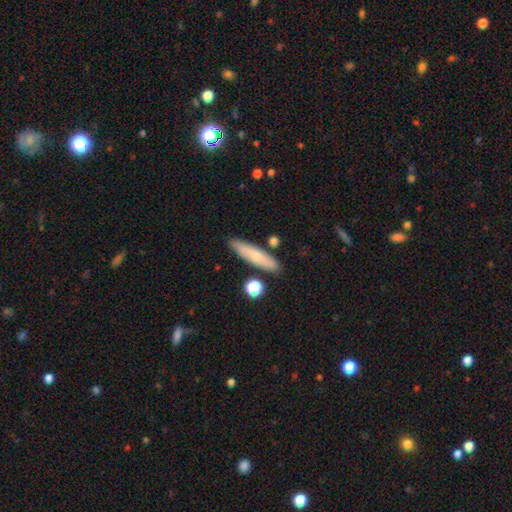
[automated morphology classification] This appears to be a smooth galaxy with no disk features (71%) that is cigar-shaped (79%). Merging: none (84%).